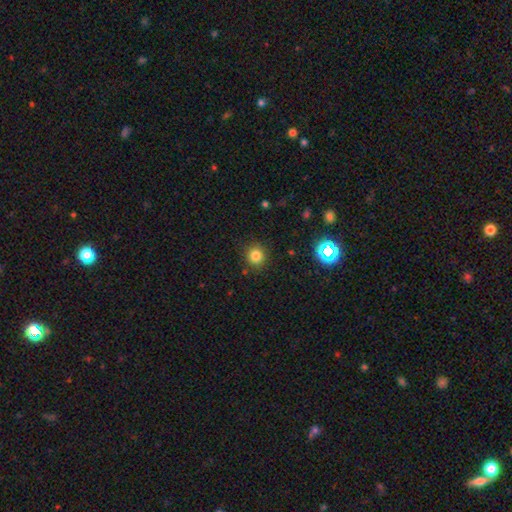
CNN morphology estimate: smooth_or_featured: smooth (p=0.81) [alt: star or artifact p=0.14]
how_rounded: round (p=0.91) [alt: in between p=0.08]
merging: none (p=0.88) [alt: minor disturbance p=0.07]